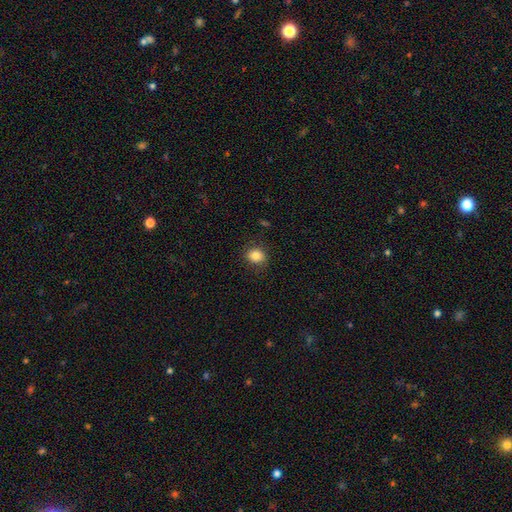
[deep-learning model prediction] Smooth or featured? smooth (83%)
How rounded? round (69%)
Merging? none (85%)